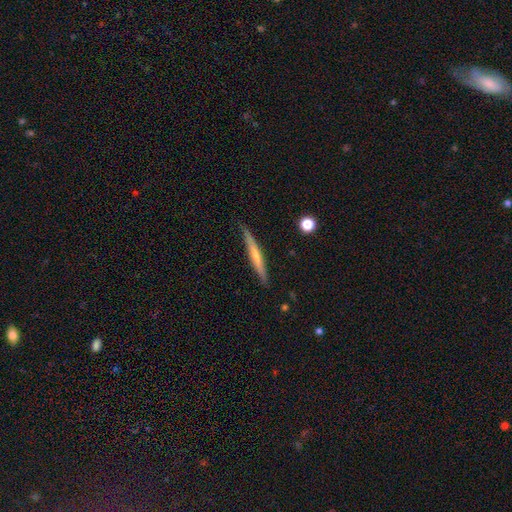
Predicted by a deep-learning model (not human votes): smooth_or_featured: smooth (p=0.52) [alt: featured or disk p=0.42]
how_rounded: cigar-shaped (p=0.96) [alt: in between p=0.03]
merging: none (p=0.86) [alt: minor disturbance p=0.11]